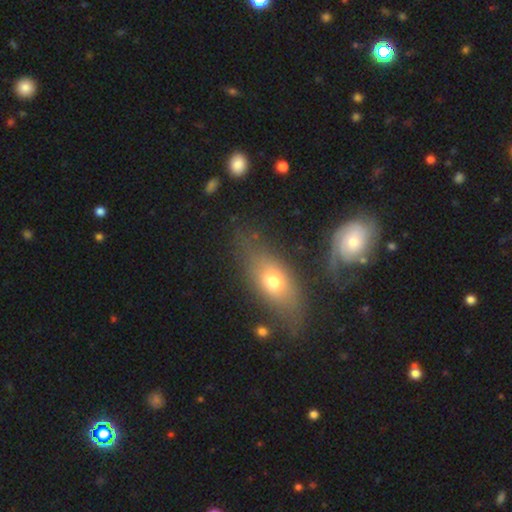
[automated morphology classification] A smooth galaxy with no disk features (46%).

Vote fractions:
- Smooth or featured? smooth: 46% / featured or disk: 39% / star or artifact: 15%
- Merging? none: 70% / minor disturbance: 15% / merger: 9% / major disturbance: 6%